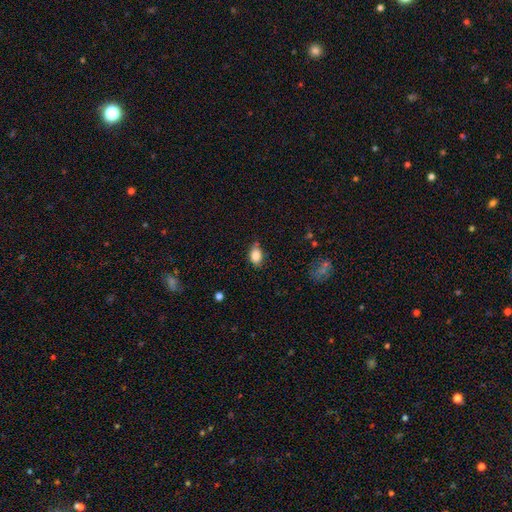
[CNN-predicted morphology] Q: Smooth or featured?
A: smooth (85%); runner-up: star or artifact (9%)
Q: How rounded?
A: in between (79%); runner-up: round (19%)
Q: Merging?
A: none (60%); runner-up: minor disturbance (31%)